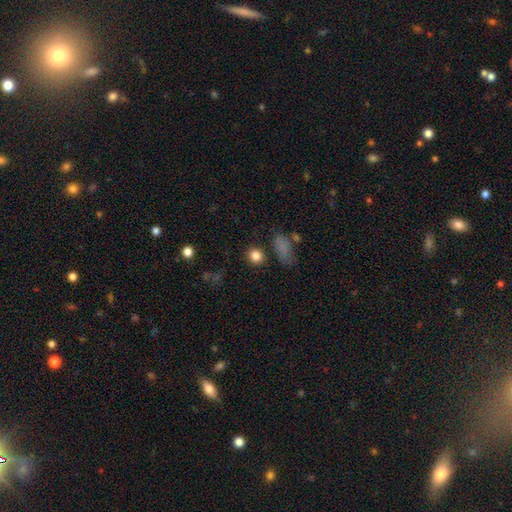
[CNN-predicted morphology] smooth_or_featured: smooth (p=0.84) [alt: star or artifact p=0.11]
how_rounded: round (p=0.83) [alt: in between p=0.16]
merging: none (p=0.84) [alt: minor disturbance p=0.08]